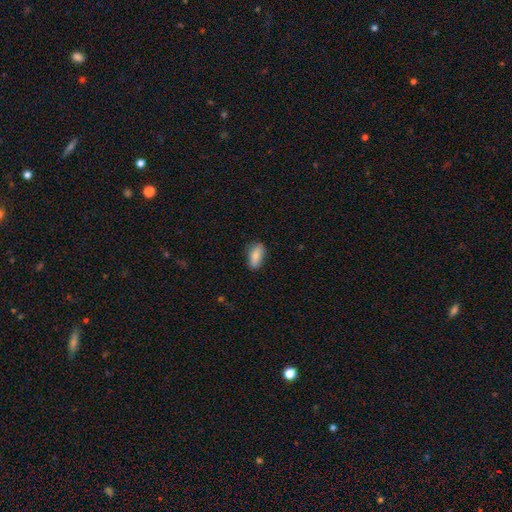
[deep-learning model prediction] A smooth galaxy with no disk features (81%) that is in between round and cigar-shaped (86%). Merging: none (80%).